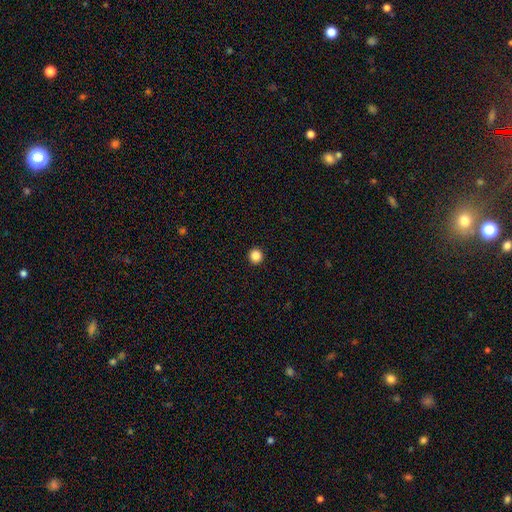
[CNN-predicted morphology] A smooth galaxy with no disk features (86%) that is round (94%). Merging: none (94%).